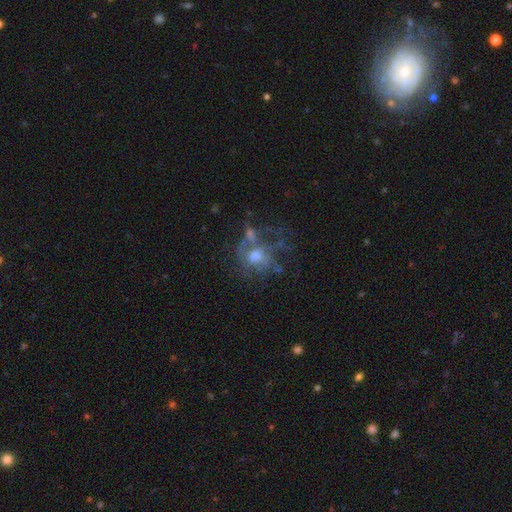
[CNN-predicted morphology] This appears to be a featured or disk galaxy (63%) with no bar (82%), no spiral arms (61%) and a moderate central bulge (58%). Merging: none (38%).